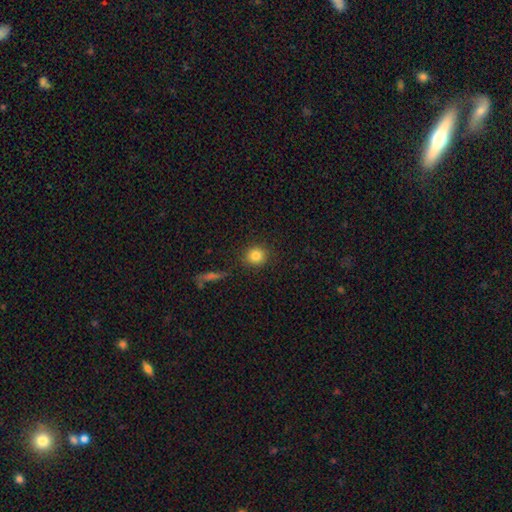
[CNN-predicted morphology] This appears to be a smooth galaxy with no disk features (83%) that is round (88%). Merging: none (88%).